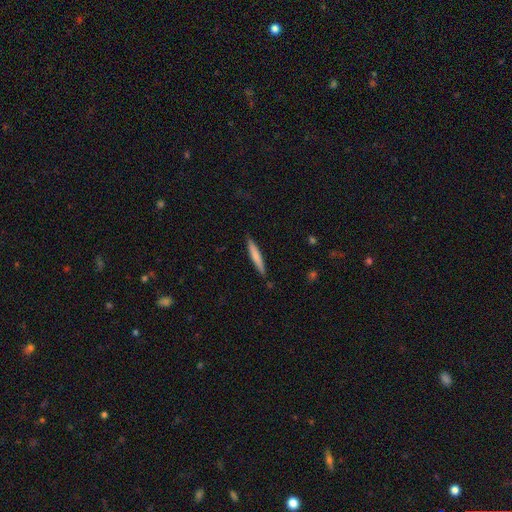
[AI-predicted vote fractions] Smooth or featured?
  - smooth: 70% *
  - featured or disk: 25%
  - star or artifact: 5%
How rounded?
  - cigar-shaped: 94% *
  - in between: 5%
  - round: 1%
Merging?
  - none: 87% *
  - minor disturbance: 10%
  - major disturbance: 2%
  - merger: 2%